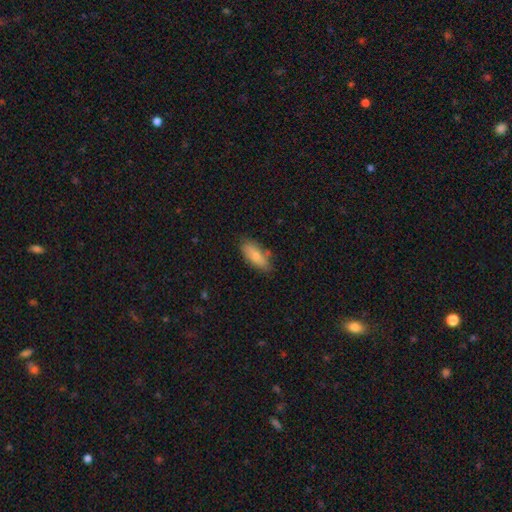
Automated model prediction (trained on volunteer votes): The model was most divided on "merging": none: 74%, minor disturbance: 19%, merger: 4%, major disturbance: 4%. More confident: smooth or featured — smooth (78%); how rounded — in between (78%).